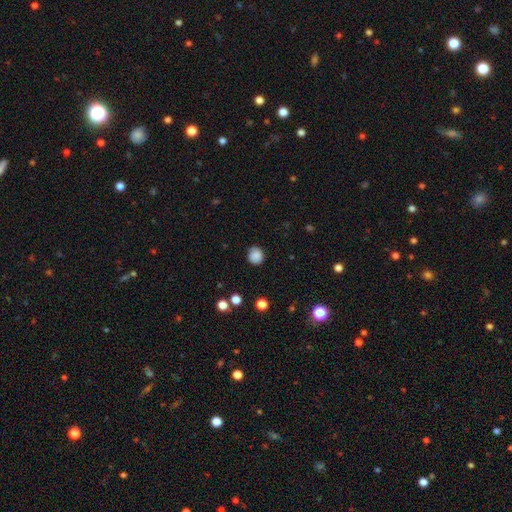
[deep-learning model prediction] This is clearly a smooth galaxy (86%). How rounded: clearly round (86%). Merging: clearly none (85%).